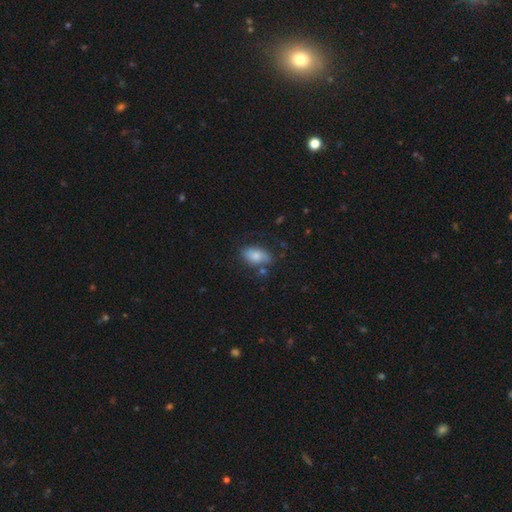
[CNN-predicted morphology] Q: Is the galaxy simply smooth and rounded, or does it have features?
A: smooth — 75%.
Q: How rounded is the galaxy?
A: in between — 90%.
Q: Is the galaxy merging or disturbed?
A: none — 67%.